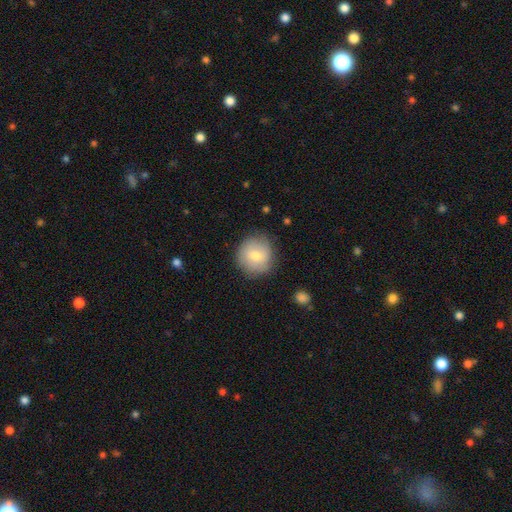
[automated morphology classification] Smooth or featured?
  - smooth: 70% *
  - featured or disk: 23%
  - star or artifact: 7%
How rounded?
  - round: 91% *
  - in between: 8%
  - cigar-shaped: 1%
Merging?
  - none: 80% *
  - minor disturbance: 15%
  - major disturbance: 4%
  - merger: 1%